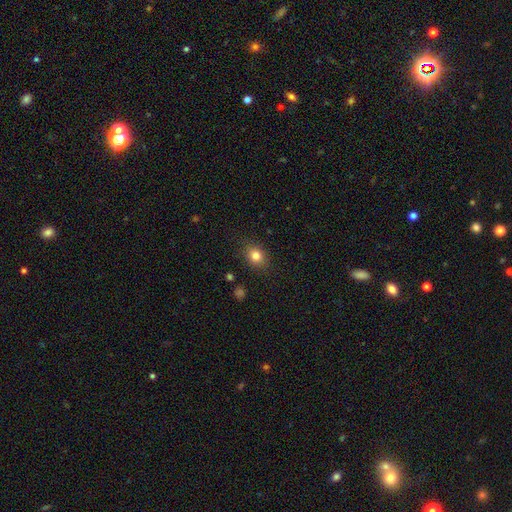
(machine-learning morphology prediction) Q: Smooth or featured?
A: smooth (82%); runner-up: star or artifact (11%)
Q: How rounded?
A: round (59%); runner-up: in between (40%)
Q: Merging?
A: none (86%); runner-up: minor disturbance (10%)